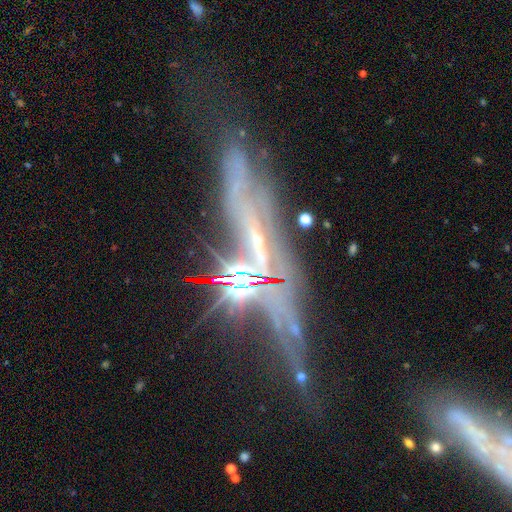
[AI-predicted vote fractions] Smooth or featured?
  - featured or disk: 70% *
  - star or artifact: 18%
  - smooth: 12%
Edge-on disk?
  - yes: 64% *
  - no: 36%
Merging?
  - none: 44% *
  - major disturbance: 22%
  - minor disturbance: 21%
  - merger: 14%